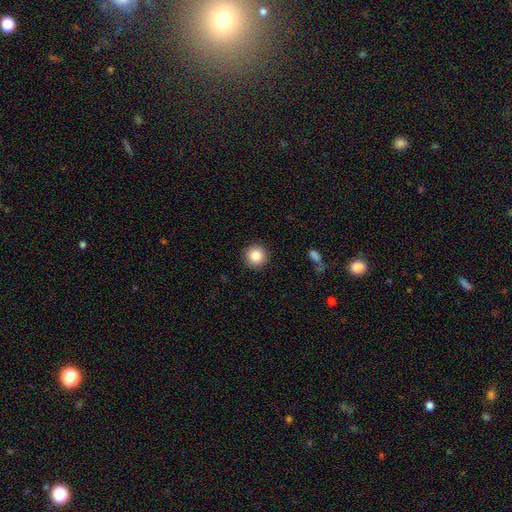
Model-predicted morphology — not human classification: This is clearly a smooth galaxy (85%). How rounded: clearly round (95%). Merging: clearly none (91%).